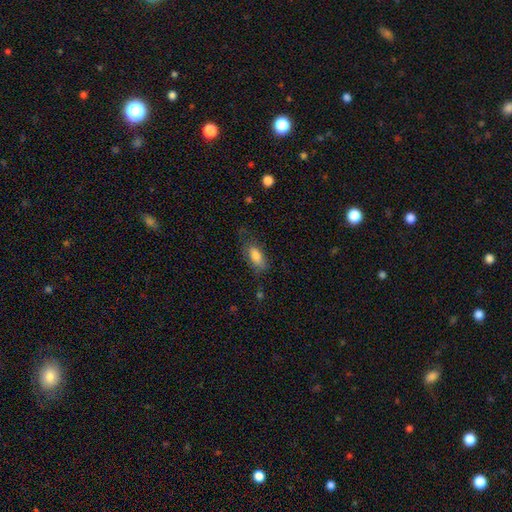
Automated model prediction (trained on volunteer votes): smooth_or_featured: smooth (p=0.80) [alt: featured or disk p=0.13]
how_rounded: in between (p=0.83) [alt: cigar-shaped p=0.14]
merging: none (p=0.59) [alt: minor disturbance p=0.26]